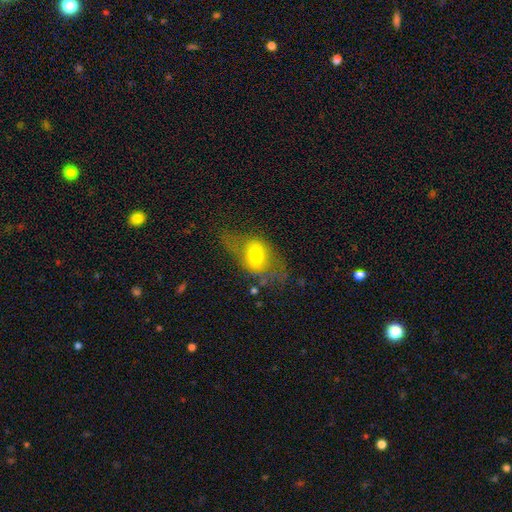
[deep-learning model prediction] Smooth or featured? smooth (51%)
How rounded? in between (79%)
Merging? none (46%)